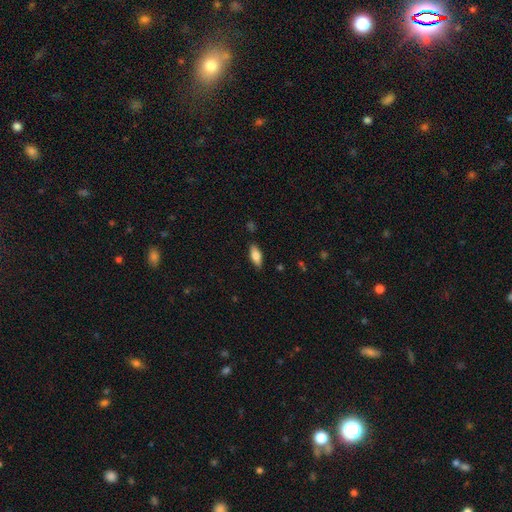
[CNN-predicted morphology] A smooth galaxy with no disk features (79%) that is in between round and cigar-shaped (80%). Merging: none (85%).